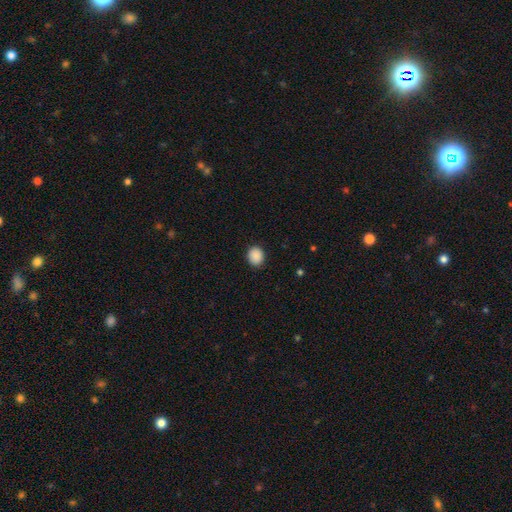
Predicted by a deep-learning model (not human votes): Smooth or featured? smooth (89%)
How rounded? round (71%)
Merging? none (90%)